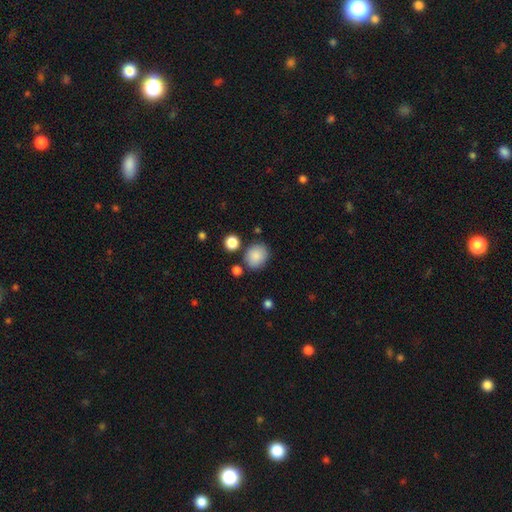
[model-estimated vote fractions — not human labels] Smooth or featured? smooth (86%)
How rounded? round (64%)
Merging? none (78%)